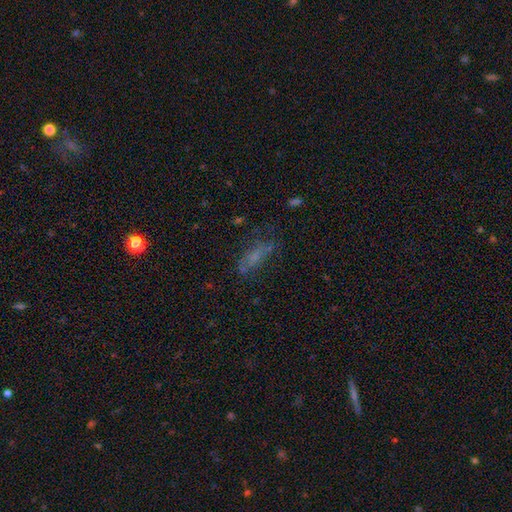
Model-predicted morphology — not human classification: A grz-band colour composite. It shows a smooth galaxy with no disk features (53%) that is in between round and cigar-shaped (63%). Merging: none (53%).